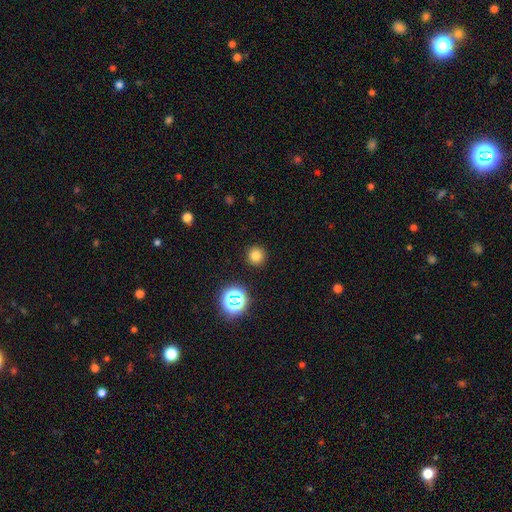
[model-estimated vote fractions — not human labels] This appears to be a smooth galaxy with no disk features (75%) that is round (95%). Merging: none (92%).